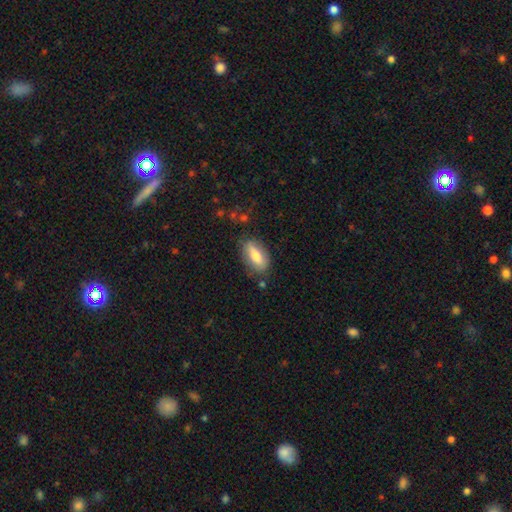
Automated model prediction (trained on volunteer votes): This appears to be a smooth galaxy with no disk features (68%) that is in between round and cigar-shaped (82%). Merging: none (79%).